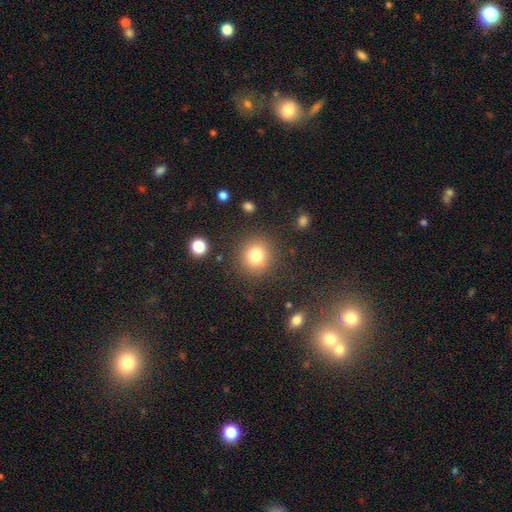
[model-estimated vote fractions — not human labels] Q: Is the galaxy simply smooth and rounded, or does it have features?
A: smooth — 78%.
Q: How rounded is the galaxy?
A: round — 91%.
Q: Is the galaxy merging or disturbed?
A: none — 87%.